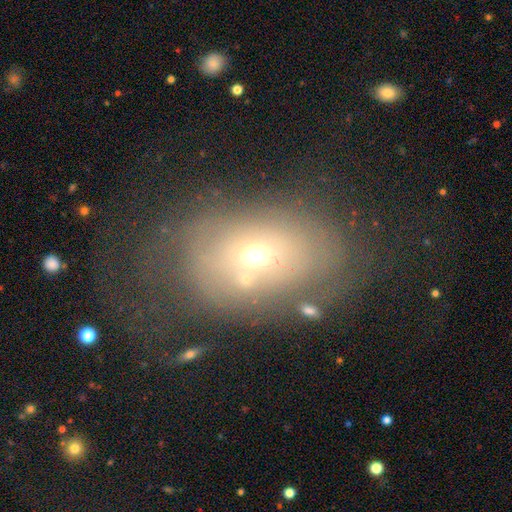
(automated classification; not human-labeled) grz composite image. It shows a smooth galaxy with no disk features (51%) that is in between round and cigar-shaped (67%). Merging: none (39%).